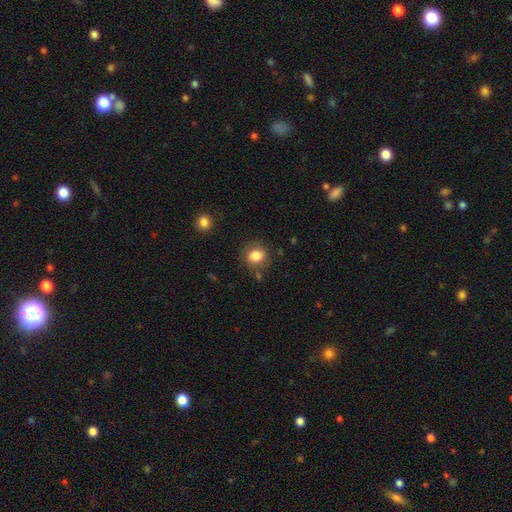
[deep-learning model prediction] This appears to be a smooth galaxy with no disk features (81%) that is round (77%). Merging: none (77%).